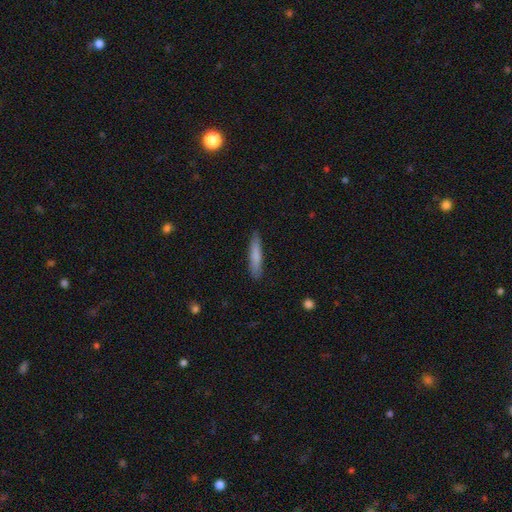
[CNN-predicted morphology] Q: Smooth or featured?
A: smooth (77%); runner-up: featured or disk (17%)
Q: How rounded?
A: cigar-shaped (89%); runner-up: in between (10%)
Q: Merging?
A: none (87%); runner-up: minor disturbance (10%)